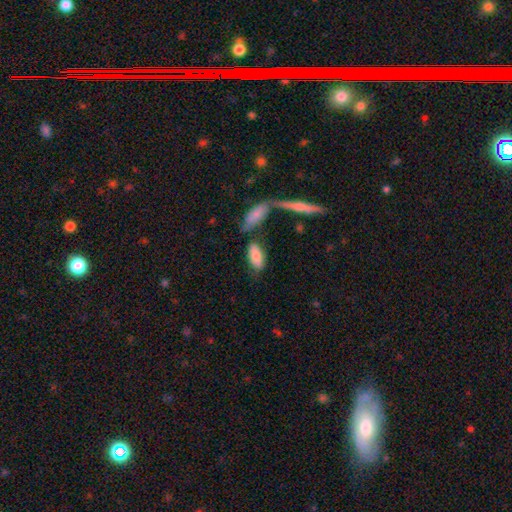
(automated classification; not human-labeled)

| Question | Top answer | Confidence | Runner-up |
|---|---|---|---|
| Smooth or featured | smooth | 78% | featured or disk (15%) |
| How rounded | in between | 83% | cigar-shaped (15%) |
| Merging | none | 62% | minor disturbance (16%) |